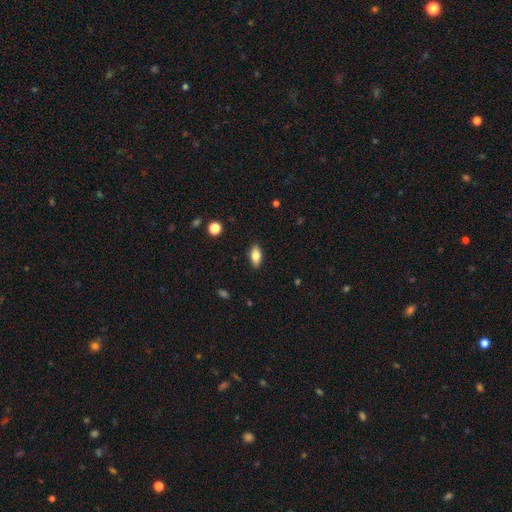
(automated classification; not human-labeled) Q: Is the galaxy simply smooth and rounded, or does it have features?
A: smooth — 80%.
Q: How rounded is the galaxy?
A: in between — 88%.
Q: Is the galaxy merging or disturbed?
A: none — 88%.